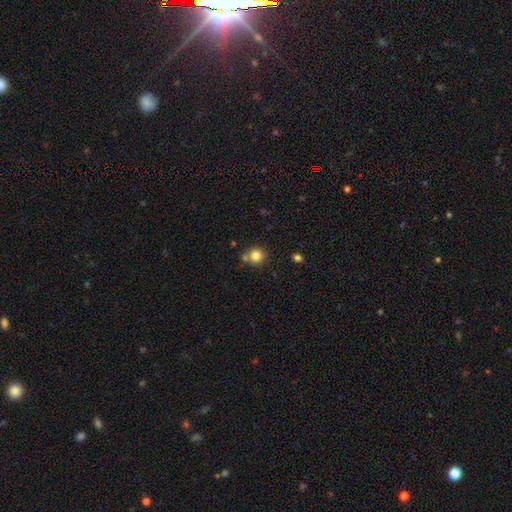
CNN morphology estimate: The model was most divided on "merging": none: 72%, merger: 16%, minor disturbance: 10%, major disturbance: 3%. More confident: how rounded — round (91%); smooth or featured — smooth (82%).